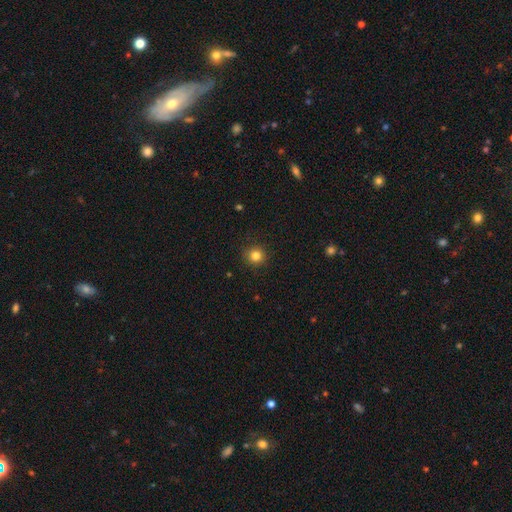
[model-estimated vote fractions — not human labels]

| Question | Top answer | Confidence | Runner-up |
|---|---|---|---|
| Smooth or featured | smooth | 83% | star or artifact (12%) |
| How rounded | round | 94% | in between (6%) |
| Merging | none | 91% | minor disturbance (6%) |